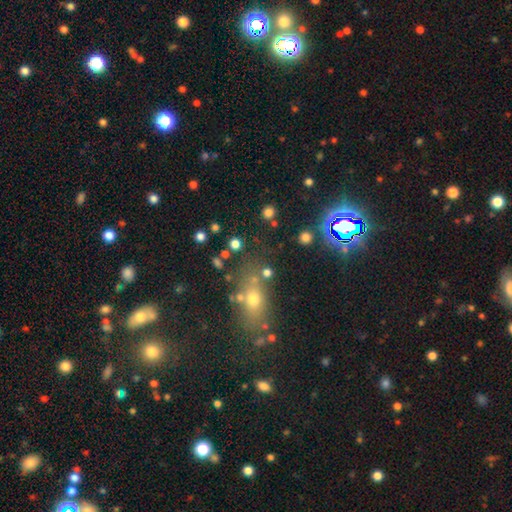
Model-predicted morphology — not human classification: smooth-or-featured: star or artifact: 49% | smooth: 34% | featured or disk: 17%